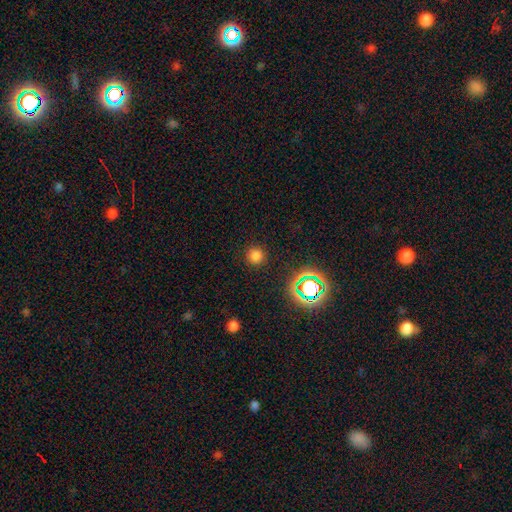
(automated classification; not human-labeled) This is likely a smooth galaxy (75%). How rounded: clearly round (95%). Merging: clearly none (90%).